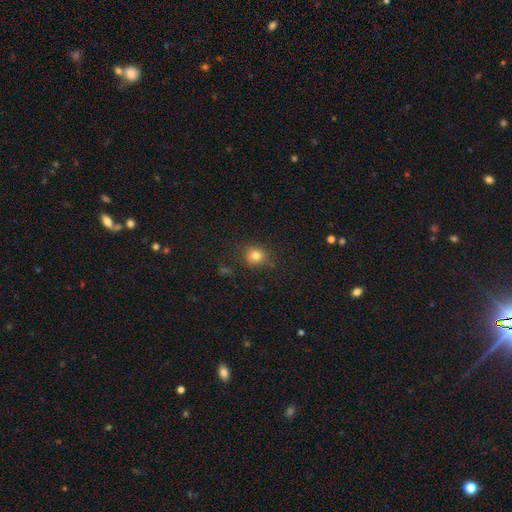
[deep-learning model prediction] Smooth or featured: smooth — 80% (star or artifact — 13%)
How rounded: round — 83% (in between — 16%)
Merging: none — 80% (minor disturbance — 13%)